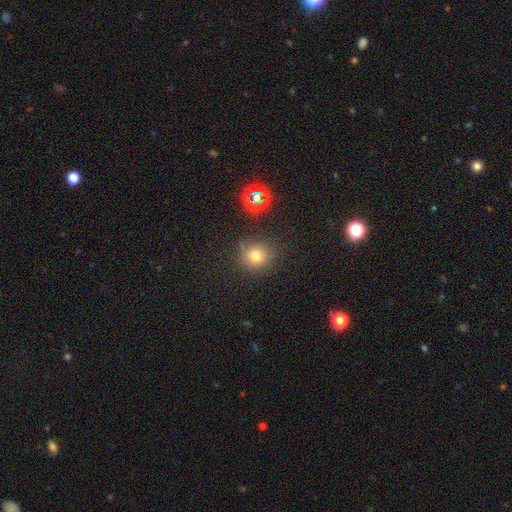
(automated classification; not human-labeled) Morphology: type=smooth (71%); roundness=round (90%); merging=none (81%).